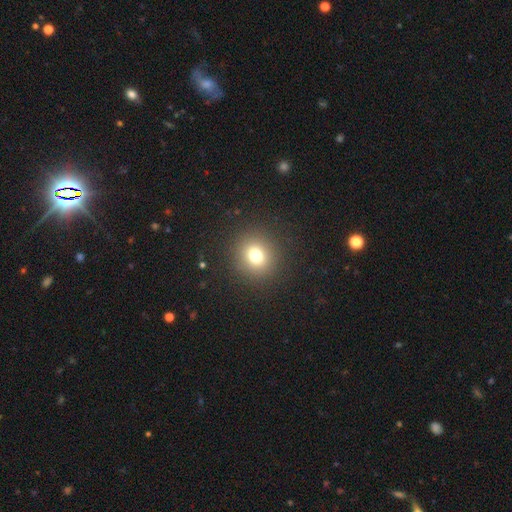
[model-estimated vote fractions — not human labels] smooth-or-featured: smooth: 76% | star or artifact: 16% | featured or disk: 9%
  how-rounded: round: 86% | in between: 13% | cigar-shaped: 1%
  merging: none: 90% | minor disturbance: 6% | major disturbance: 3% | merger: 1%